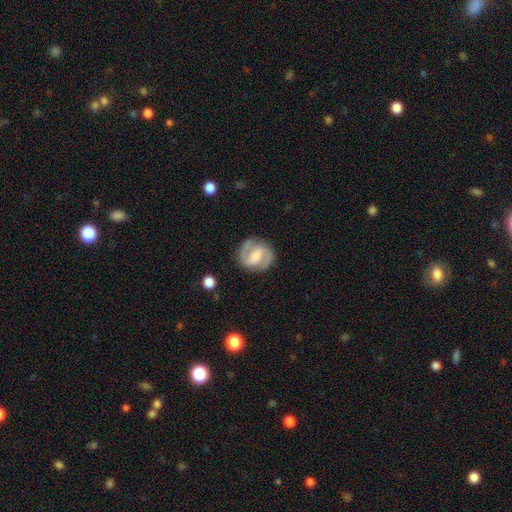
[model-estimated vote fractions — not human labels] Smooth or featured? featured or disk (81%)
Edge-on disk? no (98%)
Bar? weak (43%)
Spiral arms? yes (94%)
Spiral winding? medium (50%)
Spiral arm count? 2 (91%)
Bulge size? moderate (34%)
Merging? none (83%)